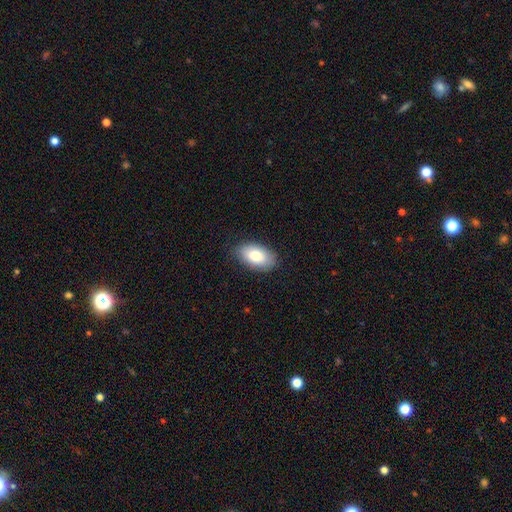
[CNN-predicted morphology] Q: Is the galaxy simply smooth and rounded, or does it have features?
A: smooth — 80%.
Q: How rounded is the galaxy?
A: in between — 93%.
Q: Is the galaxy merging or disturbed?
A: none — 84%.